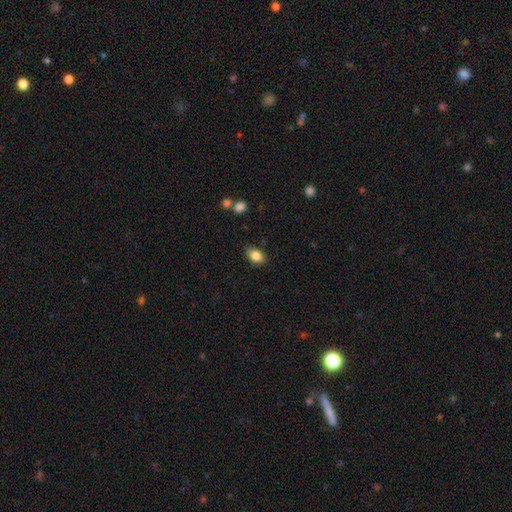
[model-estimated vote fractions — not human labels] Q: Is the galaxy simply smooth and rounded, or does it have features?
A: smooth — 84%.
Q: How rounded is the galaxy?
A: in between — 82%.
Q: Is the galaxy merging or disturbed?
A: none — 83%.